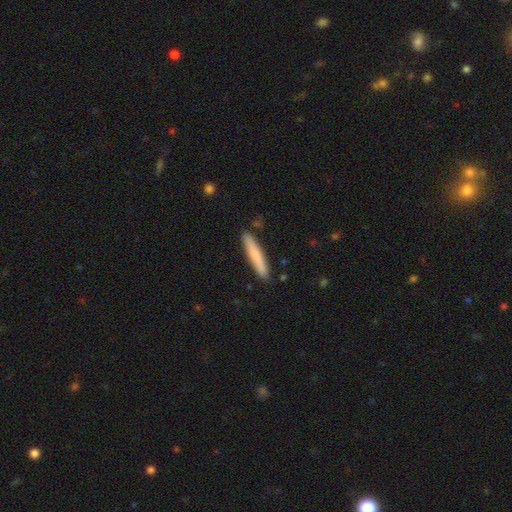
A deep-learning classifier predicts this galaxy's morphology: smooth-or-featured: smooth: 76% | featured or disk: 18% | star or artifact: 5%
  how-rounded: cigar-shaped: 94% | in between: 5% | round: 1%
  merging: none: 89% | minor disturbance: 8% | merger: 2% | major disturbance: 1%